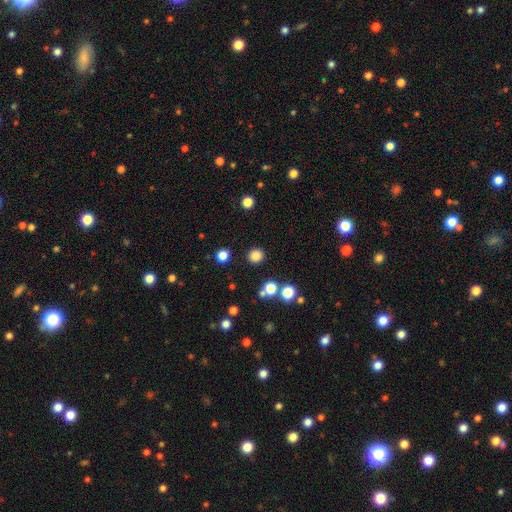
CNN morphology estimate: Smooth or featured: smooth — 83% (star or artifact — 14%)
How rounded: round — 91% (in between — 8%)
Merging: none — 89% (minor disturbance — 6%)